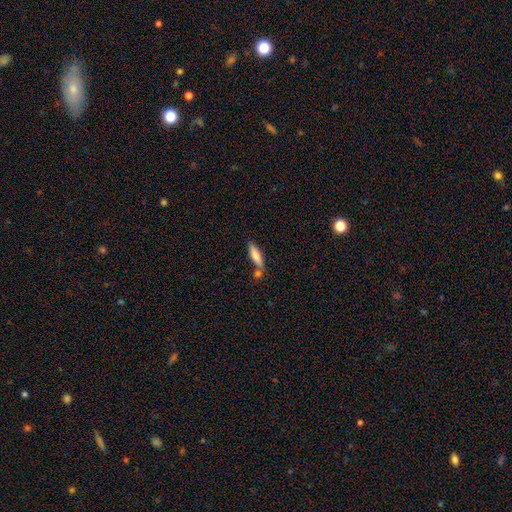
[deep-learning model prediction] Smooth or featured? Predicted: smooth (p=0.71). How rounded? Predicted: cigar-shaped (p=0.69). Merging? Predicted: none (p=0.67).